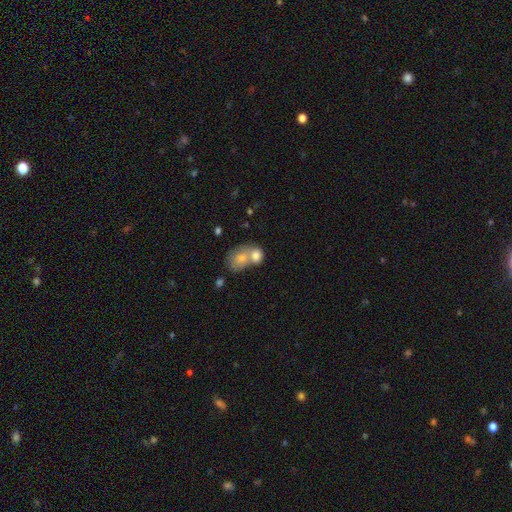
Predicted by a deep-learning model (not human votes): Smooth or featured? Predicted: smooth (p=0.77). How rounded? Predicted: in between (p=0.50). Merging? Predicted: merger (p=0.66).